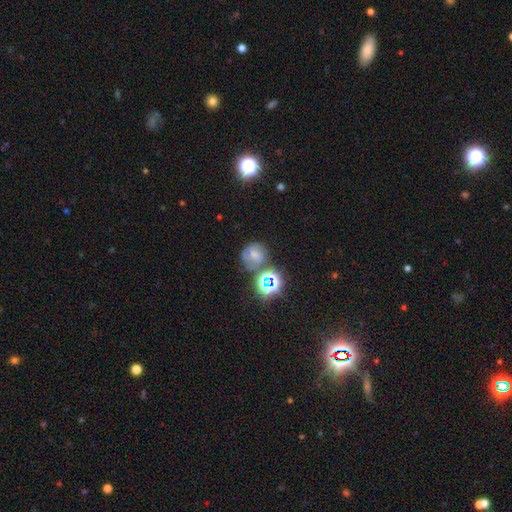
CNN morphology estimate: The model was most divided on "smooth or featured": smooth: 41%, featured or disk: 31%, star or artifact: 29%. More confident: merging — none (57%).